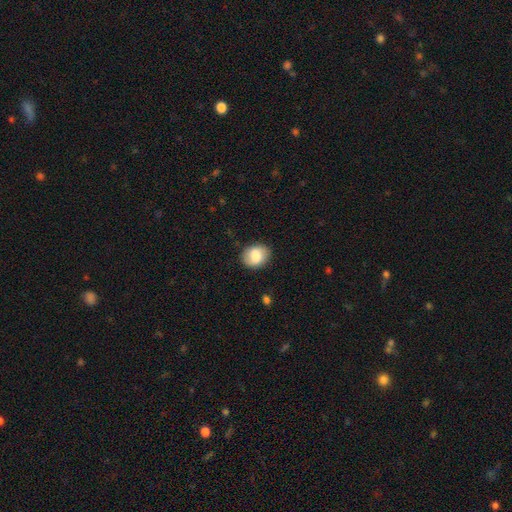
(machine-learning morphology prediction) smooth_or_featured: smooth (p=0.77) [alt: featured or disk p=0.15]
how_rounded: in between (p=0.54) [alt: round p=0.45]
merging: none (p=0.83) [alt: minor disturbance p=0.13]